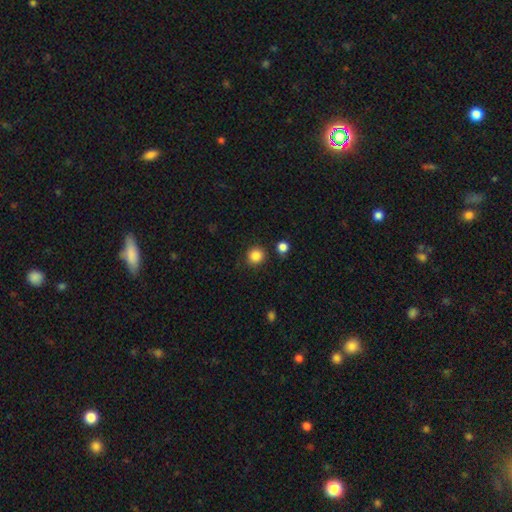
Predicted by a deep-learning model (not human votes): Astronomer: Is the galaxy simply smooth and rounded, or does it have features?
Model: smooth — 85%.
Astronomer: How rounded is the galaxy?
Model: round — 93%.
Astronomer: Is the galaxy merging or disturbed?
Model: none — 86%.